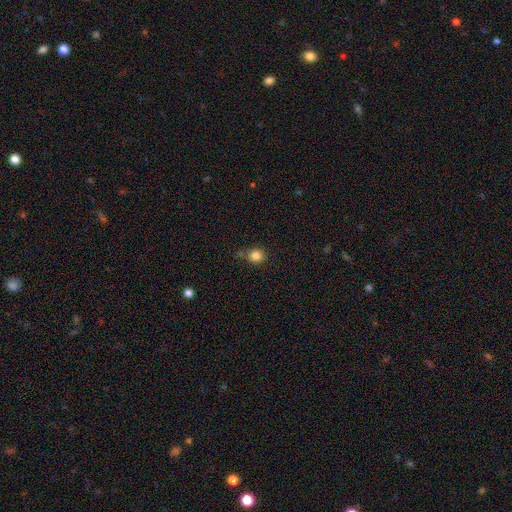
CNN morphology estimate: This appears to be a smooth galaxy with no disk features (83%) that is round (87%). Merging: none (72%).